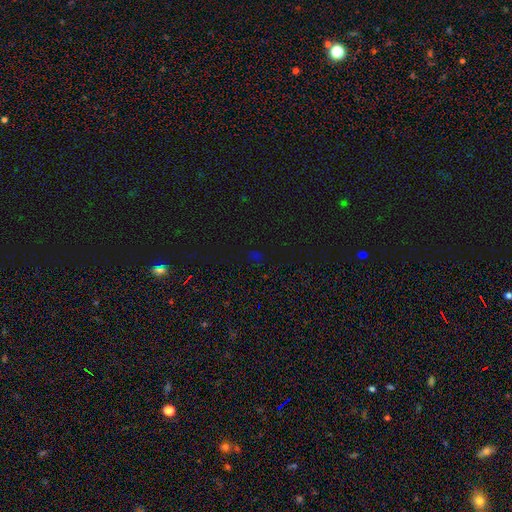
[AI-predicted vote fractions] This is likely a star or artifact rather than a galaxy (66%).